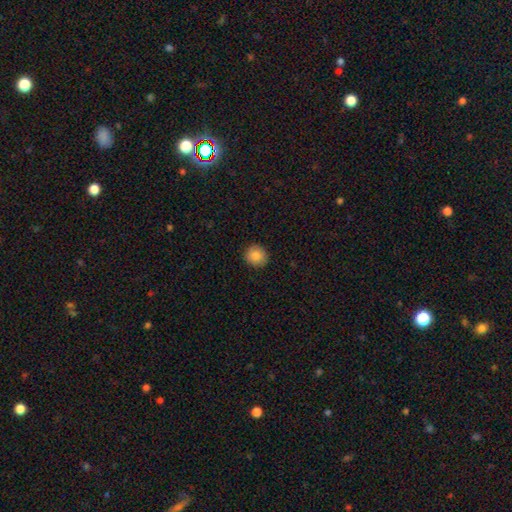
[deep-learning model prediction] This is clearly a smooth galaxy (86%). How rounded: clearly round (93%). Merging: clearly none (92%).